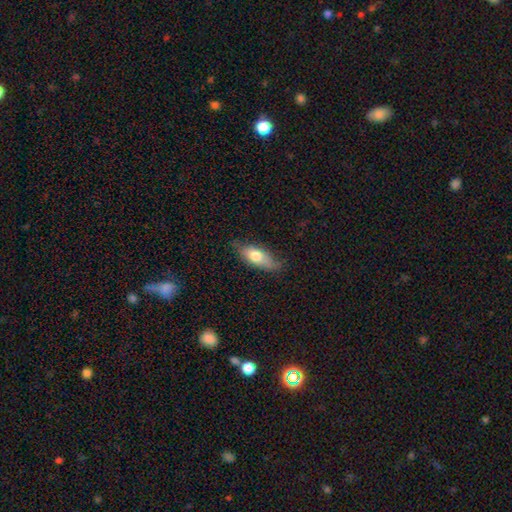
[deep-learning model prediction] Smooth or featured? Predicted: smooth (p=0.69). How rounded? Predicted: in between (p=0.74). Merging? Predicted: none (p=0.68).